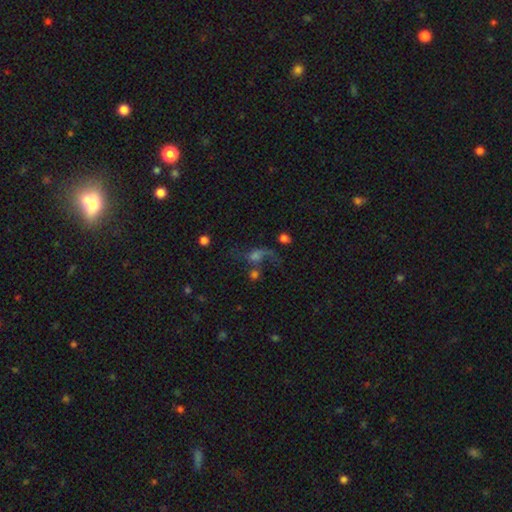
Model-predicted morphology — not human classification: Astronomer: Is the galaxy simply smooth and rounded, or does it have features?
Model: featured or disk — 44% (runner-up: smooth, 32%).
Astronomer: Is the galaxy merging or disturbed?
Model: none — 33% (runner-up: major disturbance, 30%).